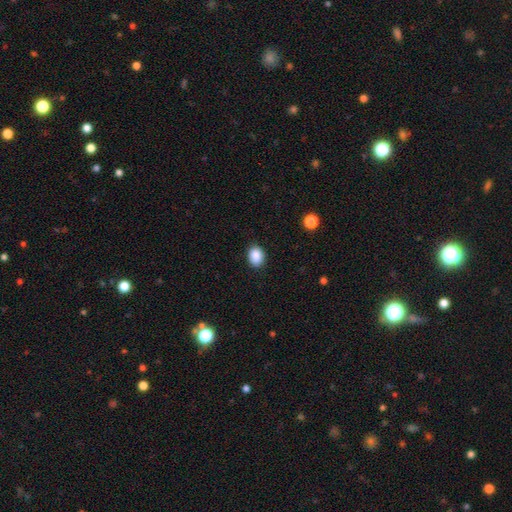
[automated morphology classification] This appears to be a smooth galaxy with no disk features (88%) that is in between round and cigar-shaped (68%). Merging: none (87%).